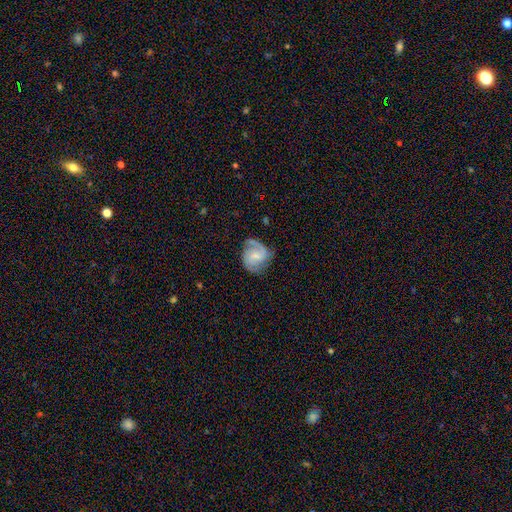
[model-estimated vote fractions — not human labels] smooth-or-featured: featured or disk: 78% | smooth: 16% | star or artifact: 6%
  disk-edge-on: no: 98% | yes: 2%
    bar: weak: 50% | no: 40% | strong: 10%
    has-spiral-arms: yes: 96% | no: 4%
      spiral-winding: medium: 48% | tight: 37% | loose: 15%
      spiral-arm-count: 2: 69% | 3: 12% | can't tell: 10% | 1: 5% | 4: 2% | more than 4: 2%
    bulge-size: small: 46% | moderate: 33% | none: 16% | large: 3% | dominant: 1%
  merging: none: 67% | minor disturbance: 22% | major disturbance: 9% | merger: 2%